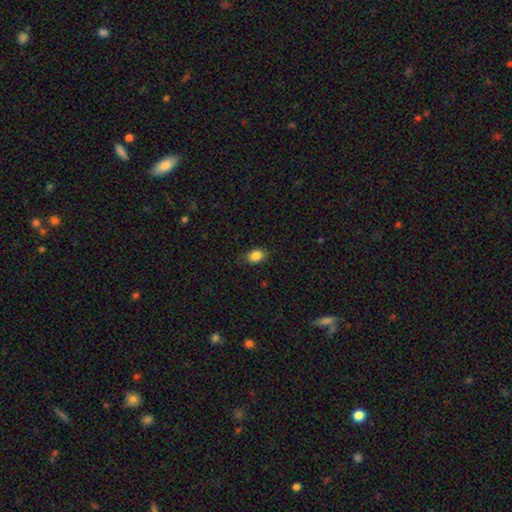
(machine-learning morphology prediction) Smooth or featured? Predicted: smooth (p=0.86). How rounded? Predicted: in between (p=0.68). Merging? Predicted: none (p=0.82).